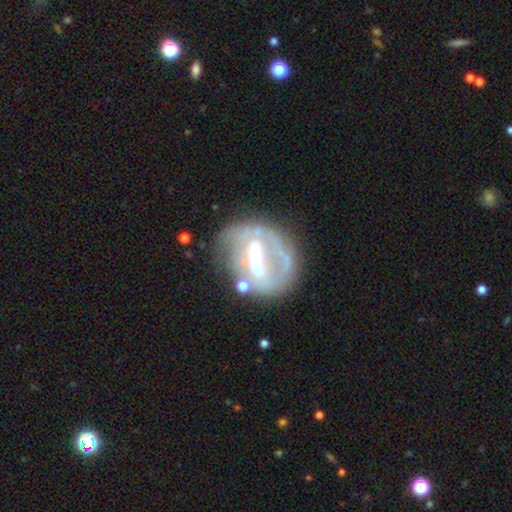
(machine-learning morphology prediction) smooth-or-featured: featured or disk: 68% | smooth: 22% | star or artifact: 9%
  disk-edge-on: no: 95% | yes: 5%
    bar: strong: 40% | weak: 34% | no: 26%
    has-spiral-arms: no: 69% | yes: 31%
    bulge-size: moderate: 50% | small: 31% | none: 10% | large: 7% | dominant: 2%
  merging: none: 48% | major disturbance: 20% | minor disturbance: 19% | merger: 14%